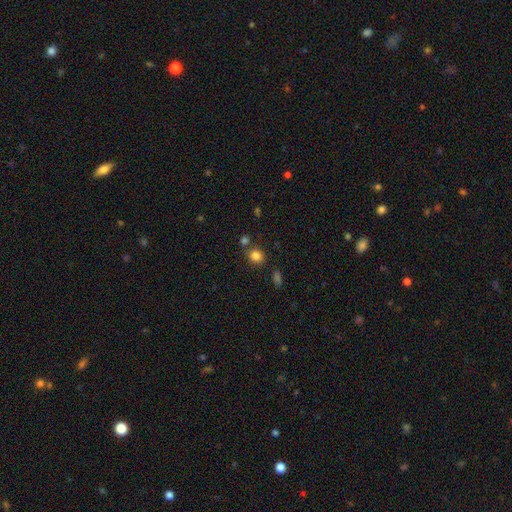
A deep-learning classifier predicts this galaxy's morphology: Smooth or featured? Predicted: smooth (p=0.82). How rounded? Predicted: round (p=0.72). Merging? Predicted: none (p=0.71).